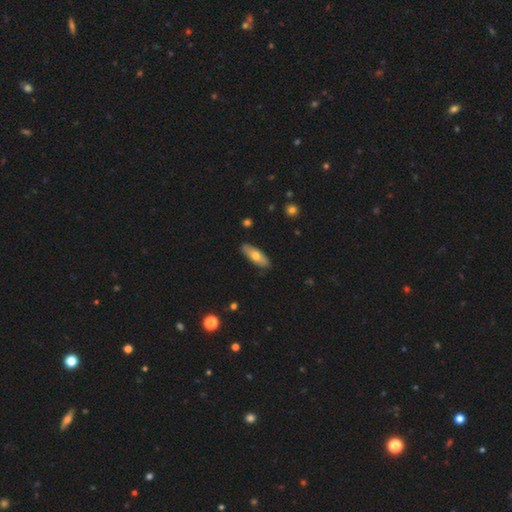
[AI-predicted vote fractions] Smooth or featured: smooth — 65% (featured or disk — 29%)
How rounded: in between — 64% (cigar-shaped — 33%)
Merging: none — 88% (minor disturbance — 9%)